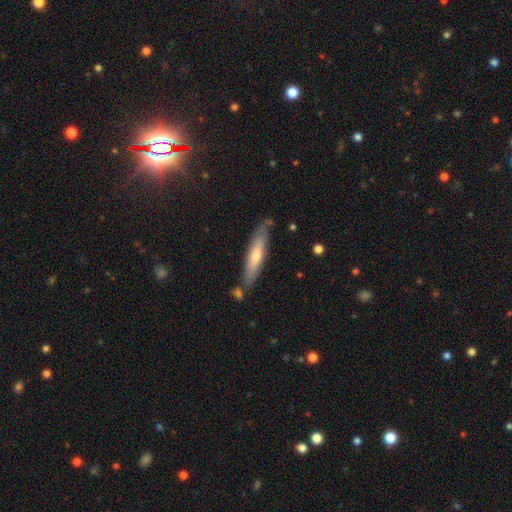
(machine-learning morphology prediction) The model was most divided on "smooth or featured": featured or disk: 51%, smooth: 34%, star or artifact: 15%. More confident: edge-on disk — yes (80%); merging — none (79%).